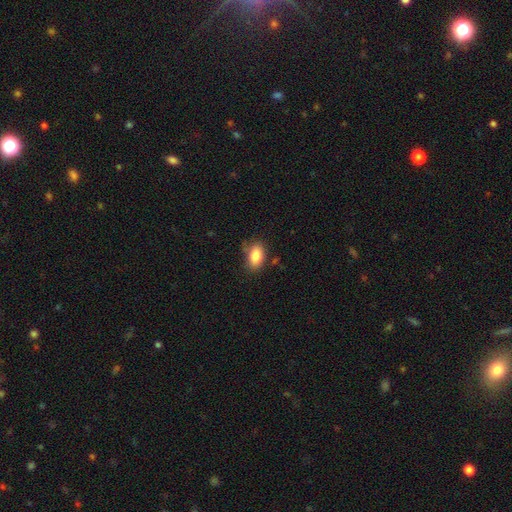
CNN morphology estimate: Q: Smooth or featured?
A: smooth (85%); runner-up: star or artifact (8%)
Q: How rounded?
A: in between (90%); runner-up: round (8%)
Q: Merging?
A: none (74%); runner-up: minor disturbance (19%)